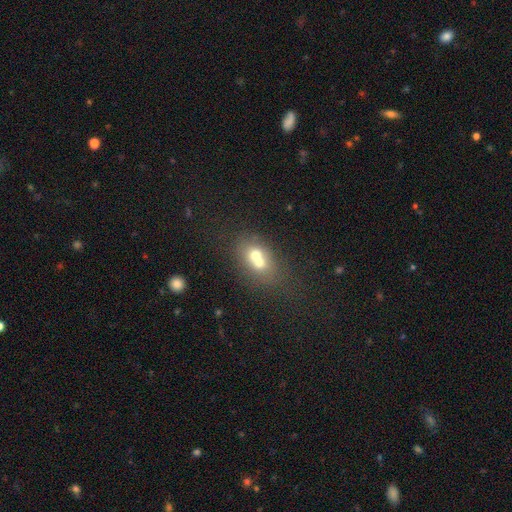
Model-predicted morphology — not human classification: smooth 61%, featured or disk 28%, star or artifact 11%. Down the decision tree: how rounded — in between (51%); merging — merger (68%).